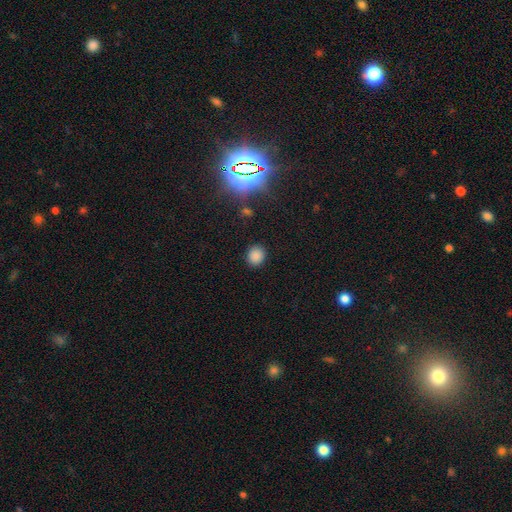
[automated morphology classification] Smooth or featured? Predicted: smooth (p=0.84). How rounded? Predicted: round (p=0.71). Merging? Predicted: none (p=0.88).